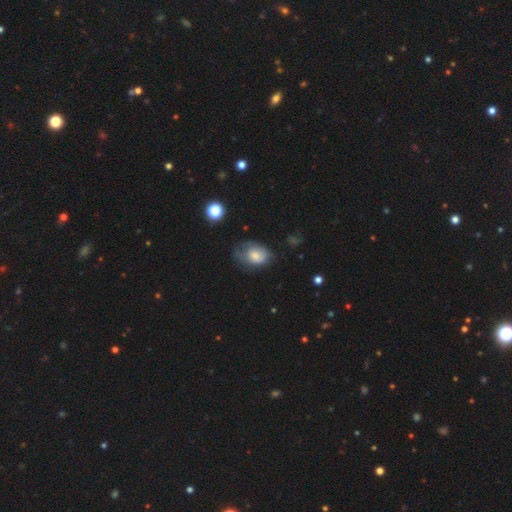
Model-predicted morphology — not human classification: This appears to be a smooth galaxy with no disk features (67%) that is in between round and cigar-shaped (73%). Merging: none (40%).